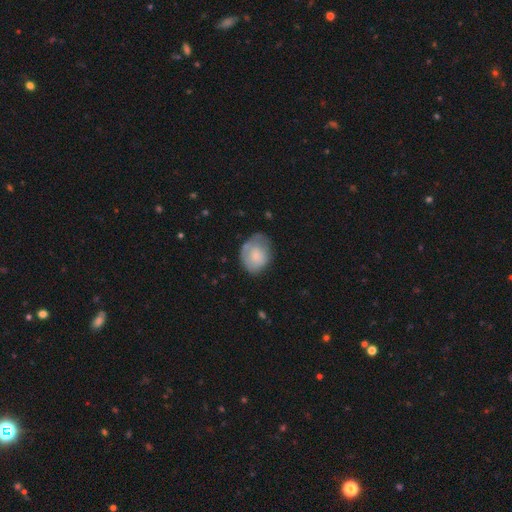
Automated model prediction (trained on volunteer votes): Smooth or featured? Predicted: smooth (p=0.70). How rounded? Predicted: in between (p=0.58). Merging? Predicted: none (p=0.50).